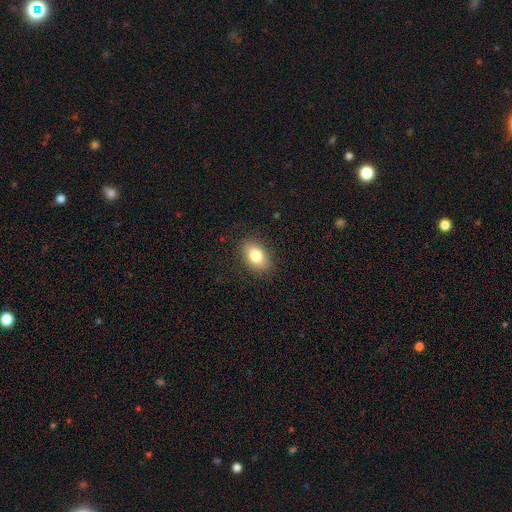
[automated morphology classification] This is likely a smooth galaxy (79%). How rounded: clearly in between (84%). Merging: clearly none (86%).